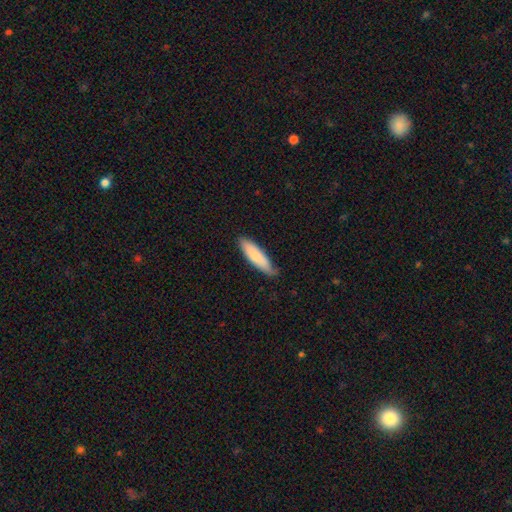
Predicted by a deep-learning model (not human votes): Smooth or featured?
  - smooth: 80% *
  - featured or disk: 15%
  - star or artifact: 5%
How rounded?
  - cigar-shaped: 64% *
  - in between: 34%
  - round: 1%
Merging?
  - none: 74% *
  - minor disturbance: 22%
  - major disturbance: 3%
  - merger: 1%